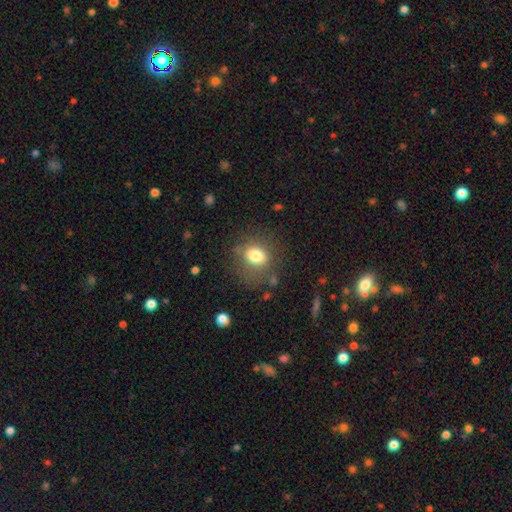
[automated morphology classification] The model was most divided on "how rounded": round: 59%, in between: 40%, cigar-shaped: 1%. More confident: smooth or featured — smooth (77%); merging — none (69%).